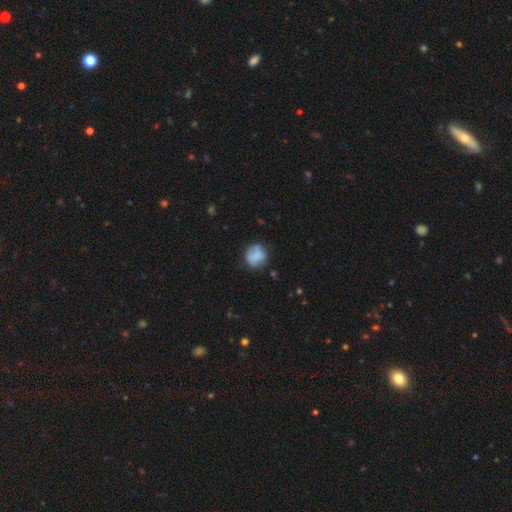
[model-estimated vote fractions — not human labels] Overall: smooth (70%). How rounded: round (78%). Merging: none (62%; minor disturbance 23%).